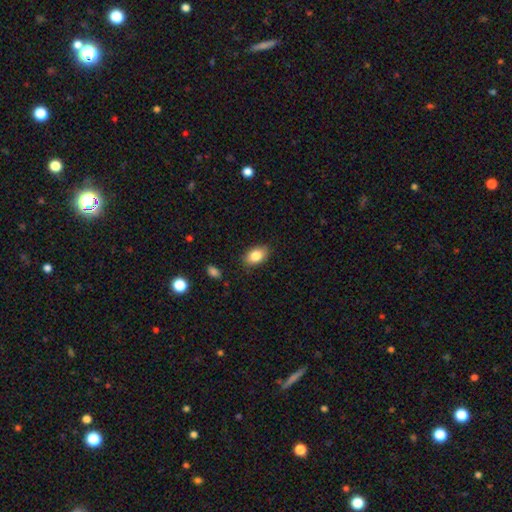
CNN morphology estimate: type=smooth (84%); roundness=in between (88%); merging=none (85%).